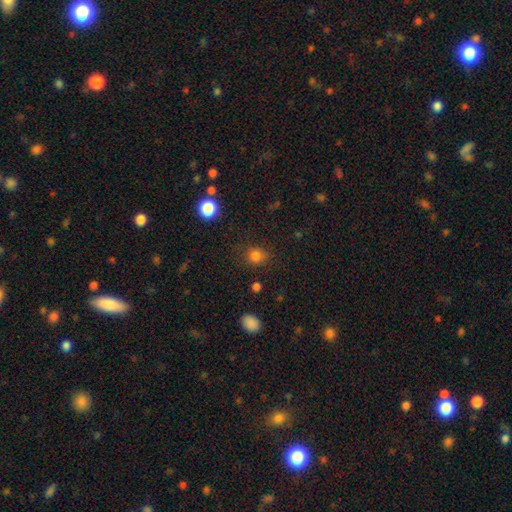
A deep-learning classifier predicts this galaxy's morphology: type=smooth (81%); roundness=round (79%); merging=none (82%).